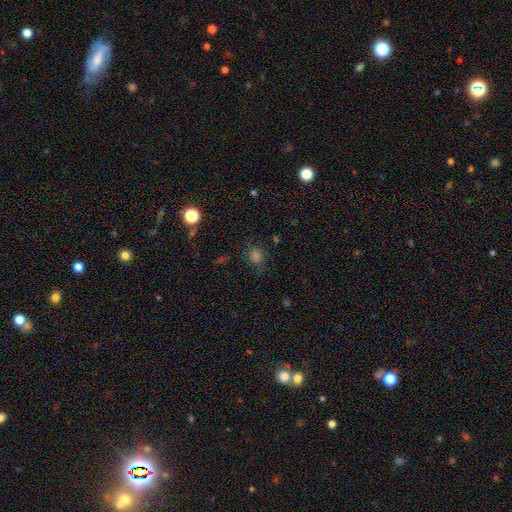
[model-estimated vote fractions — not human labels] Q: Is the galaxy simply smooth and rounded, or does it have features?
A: smooth — 62%.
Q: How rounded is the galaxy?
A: round — 69%.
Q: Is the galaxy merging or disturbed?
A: none — 71%.